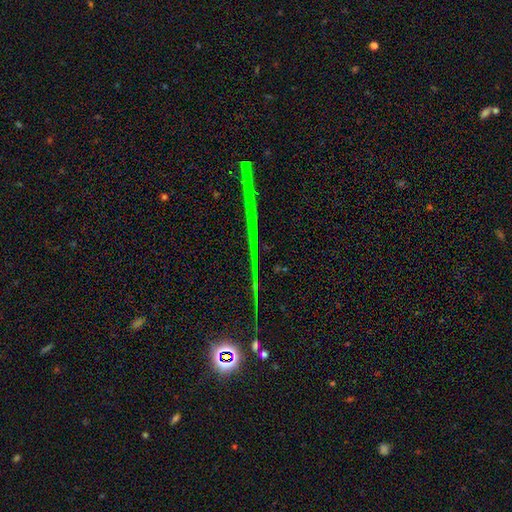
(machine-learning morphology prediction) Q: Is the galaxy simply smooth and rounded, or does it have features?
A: star or artifact — 70%.